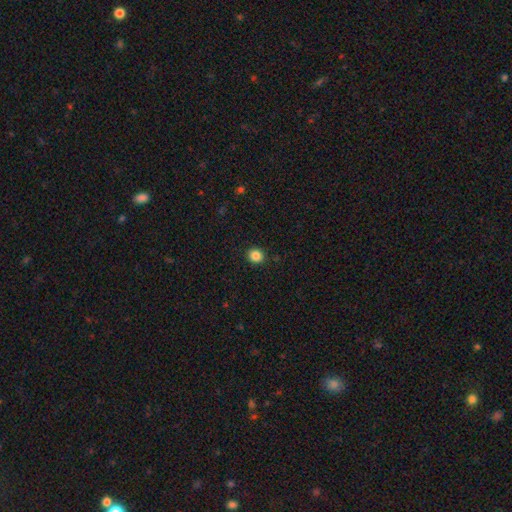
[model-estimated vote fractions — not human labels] smooth-or-featured: smooth: 85% | star or artifact: 11% | featured or disk: 4%
  how-rounded: round: 85% | in between: 14% | cigar-shaped: 1%
  merging: none: 92% | minor disturbance: 5% | major disturbance: 2% | merger: 1%